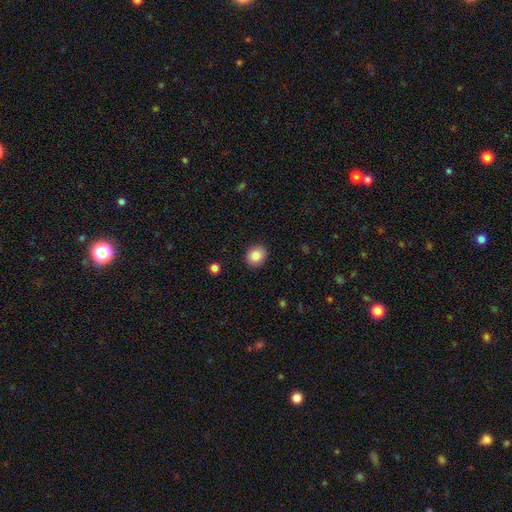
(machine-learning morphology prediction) Smooth or featured? Predicted: smooth (p=0.85). How rounded? Predicted: round (p=0.70). Merging? Predicted: none (p=0.90).